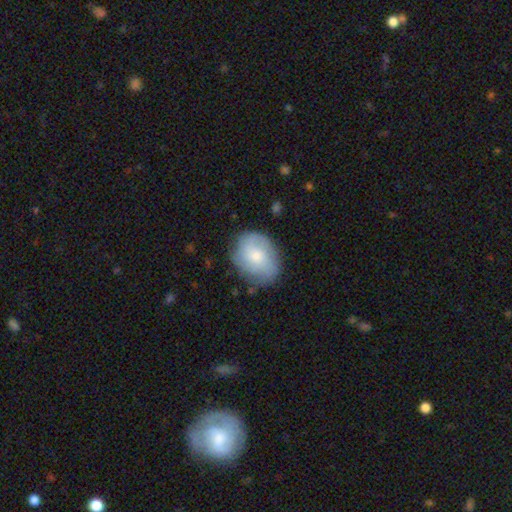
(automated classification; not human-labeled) A smooth galaxy with no disk features (56%) that is in between round and cigar-shaped (59%).

Vote fractions:
- Smooth or featured? smooth: 56% / featured or disk: 37% / star or artifact: 7%
- How rounded? in between: 59% / round: 40% / cigar-shaped: 1%
- Merging? none: 72% / minor disturbance: 21% / major disturbance: 6% / merger: 1%